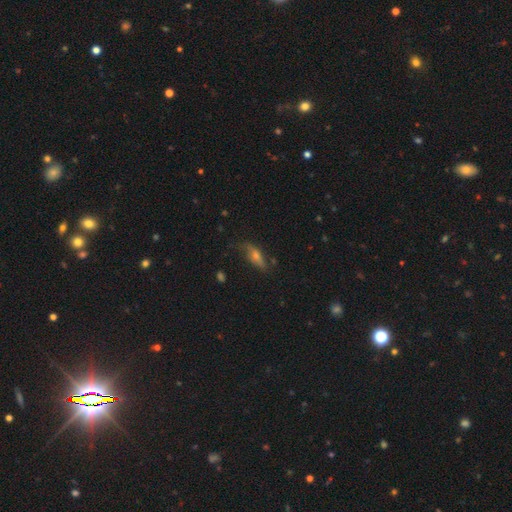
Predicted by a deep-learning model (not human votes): This appears to be a featured or disk galaxy (44%). Merging: none (66%).